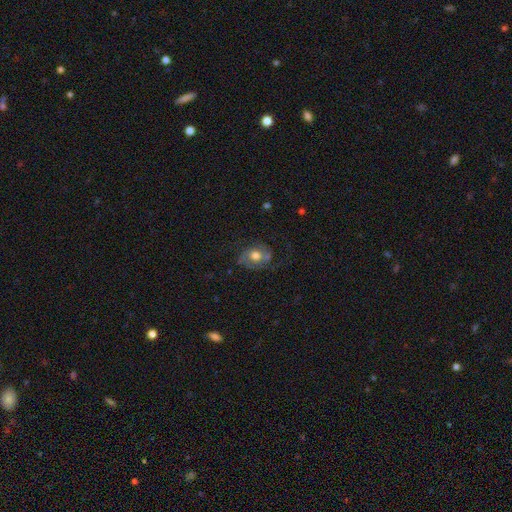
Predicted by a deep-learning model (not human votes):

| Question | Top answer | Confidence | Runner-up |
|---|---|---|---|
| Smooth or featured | featured or disk | 54% | smooth (37%) |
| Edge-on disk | no | 96% | yes (4%) |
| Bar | no | 78% | weak (18%) |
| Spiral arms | yes | 76% | no (24%) |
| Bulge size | moderate | 69% | large (20%) |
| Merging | none | 60% | minor disturbance (23%) |